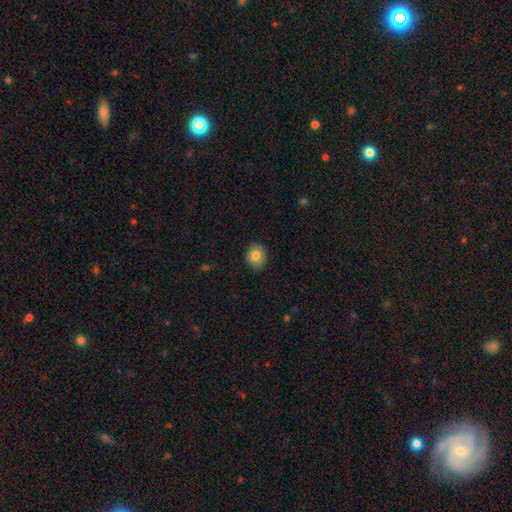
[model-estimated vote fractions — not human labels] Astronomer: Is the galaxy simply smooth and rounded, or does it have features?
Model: smooth — 80%.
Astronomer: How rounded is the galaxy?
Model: round — 66%.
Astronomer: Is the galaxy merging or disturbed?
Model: none — 88%.